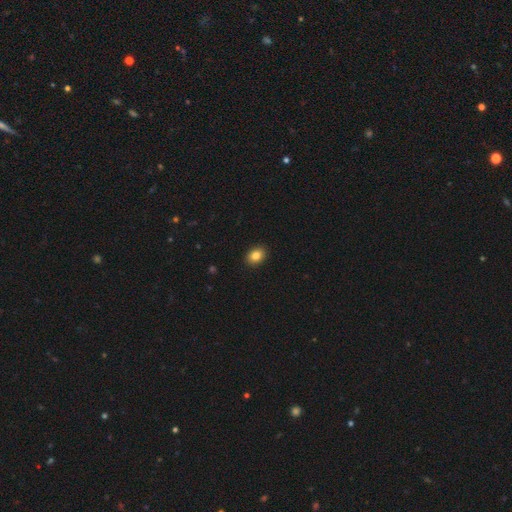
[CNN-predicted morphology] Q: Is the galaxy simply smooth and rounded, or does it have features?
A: smooth — 84%.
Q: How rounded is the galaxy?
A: in between — 66%.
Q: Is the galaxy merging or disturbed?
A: none — 91%.